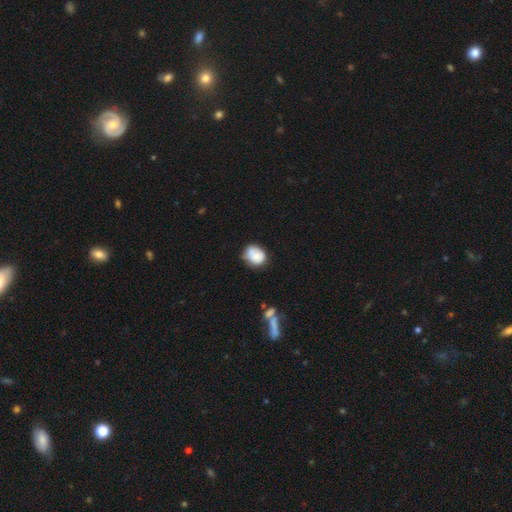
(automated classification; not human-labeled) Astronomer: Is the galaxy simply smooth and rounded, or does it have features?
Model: smooth — 78%.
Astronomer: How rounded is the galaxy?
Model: round — 57% (runner-up: in between, 42%).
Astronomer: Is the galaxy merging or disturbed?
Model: none — 54% (runner-up: minor disturbance, 29%).